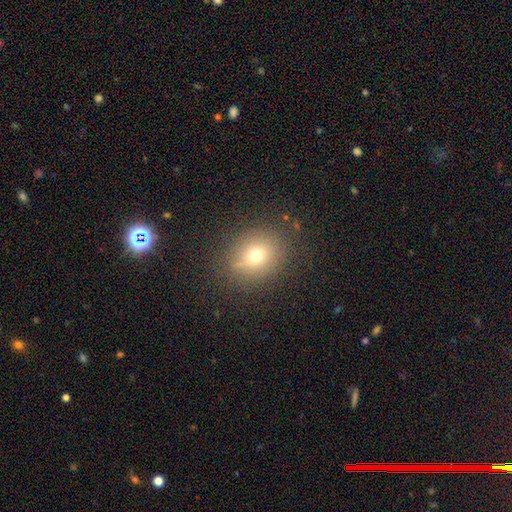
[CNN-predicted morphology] Smooth or featured?
  - smooth: 66% *
  - star or artifact: 18%
  - featured or disk: 16%
How rounded?
  - round: 75% *
  - in between: 24%
  - cigar-shaped: 1%
Merging?
  - none: 82% *
  - minor disturbance: 11%
  - major disturbance: 5%
  - merger: 1%